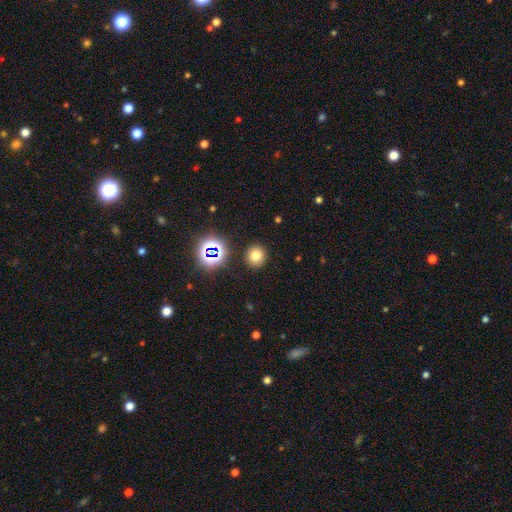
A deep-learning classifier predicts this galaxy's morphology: A smooth galaxy with no disk features (72%) that is round (89%). Merging: none (90%).